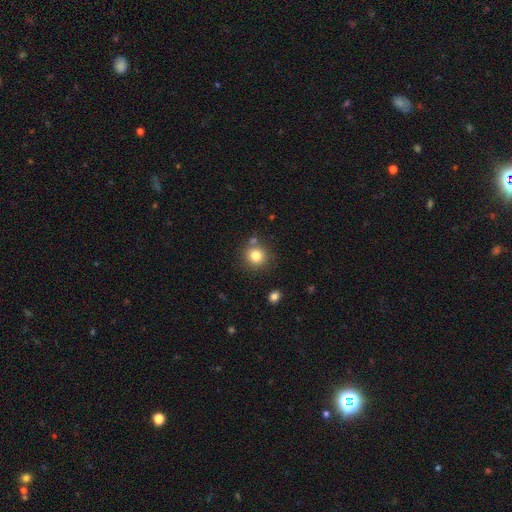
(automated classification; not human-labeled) smooth 81%, star or artifact 12%, featured or disk 7%. Down the decision tree: how rounded — round (91%); merging — none (77%).